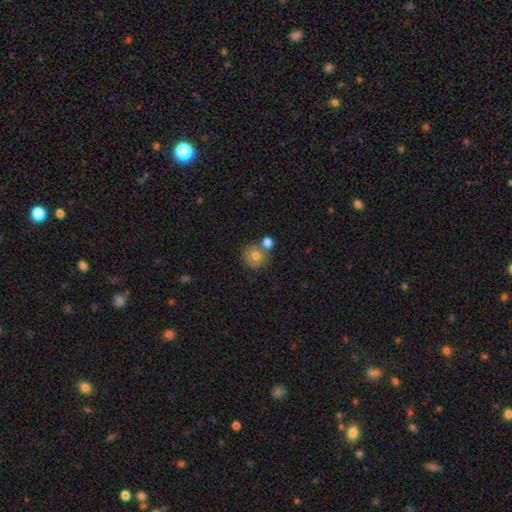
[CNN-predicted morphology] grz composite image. It shows a smooth galaxy with no disk features (74%) that is round (90%). Merging: none (59%).